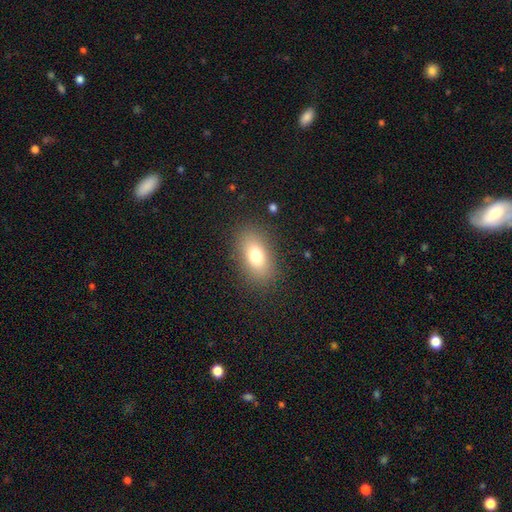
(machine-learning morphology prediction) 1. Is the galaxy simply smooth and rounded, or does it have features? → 77% smooth, 13% featured or disk, 10% star or artifact.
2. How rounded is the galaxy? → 87% in between, 9% round, 4% cigar-shaped.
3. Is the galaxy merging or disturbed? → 85% none, 10% minor disturbance, 4% major disturbance, 1% merger.